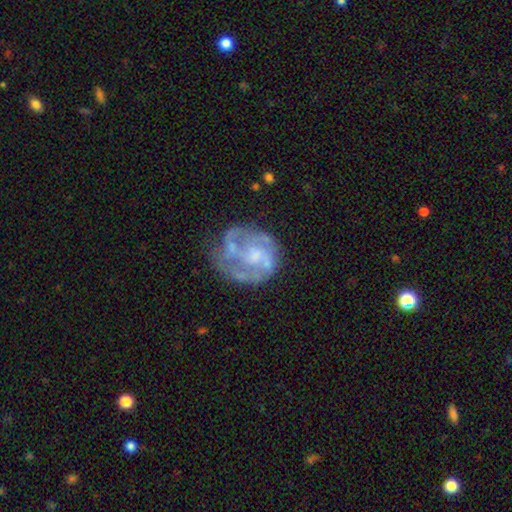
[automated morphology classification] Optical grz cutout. It shows a featured or disk galaxy (75%) with no bar (67%), spiral arms (65%) and a moderate central bulge (38%). Merging: none (54%).